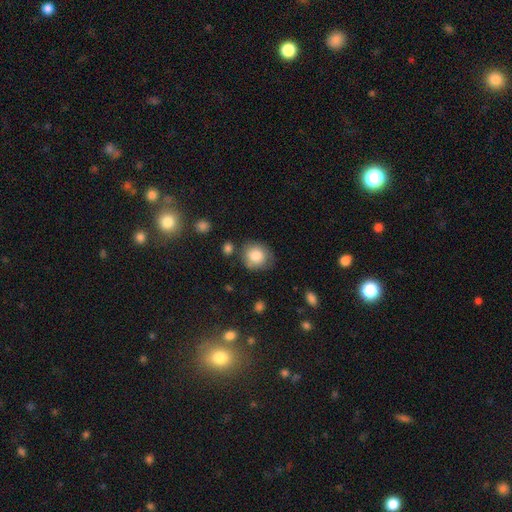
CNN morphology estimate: Smooth or featured? Predicted: smooth (p=0.80). How rounded? Predicted: round (p=0.79). Merging? Predicted: none (p=0.72).